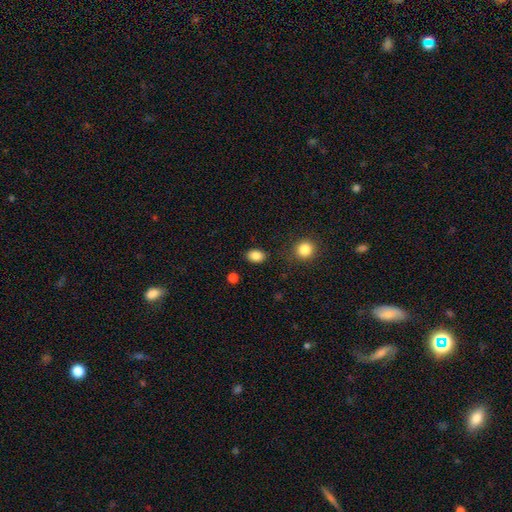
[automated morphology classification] Smooth or featured? smooth (86%)
How rounded? in between (76%)
Merging? none (84%)